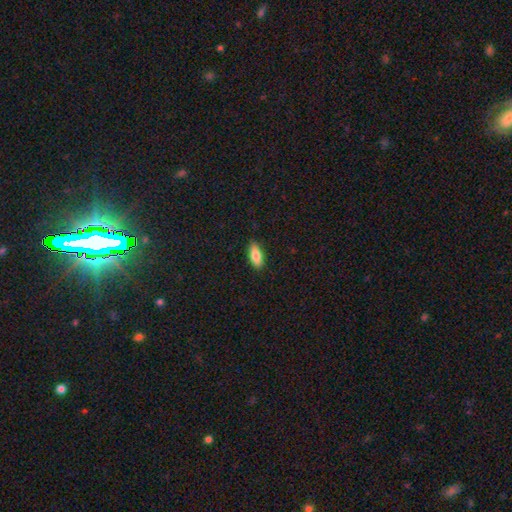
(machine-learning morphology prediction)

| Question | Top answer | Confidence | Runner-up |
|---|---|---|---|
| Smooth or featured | smooth | 83% | featured or disk (10%) |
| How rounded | in between | 81% | cigar-shaped (17%) |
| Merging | none | 87% | minor disturbance (10%) |